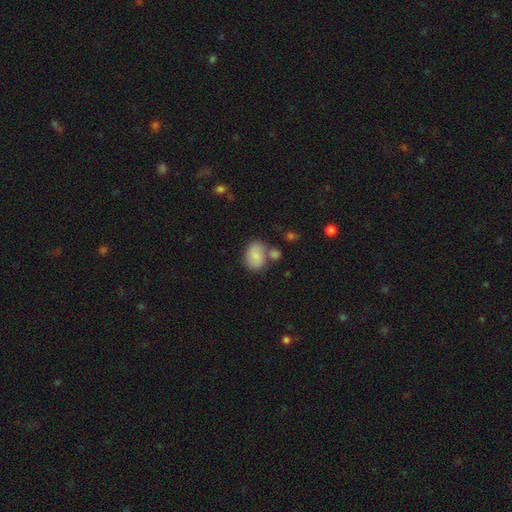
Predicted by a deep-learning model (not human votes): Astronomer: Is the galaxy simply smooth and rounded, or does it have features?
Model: smooth — 77%.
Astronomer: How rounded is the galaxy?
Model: in between — 67%.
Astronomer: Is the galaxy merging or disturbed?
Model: none — 51% (runner-up: merger, 26%).